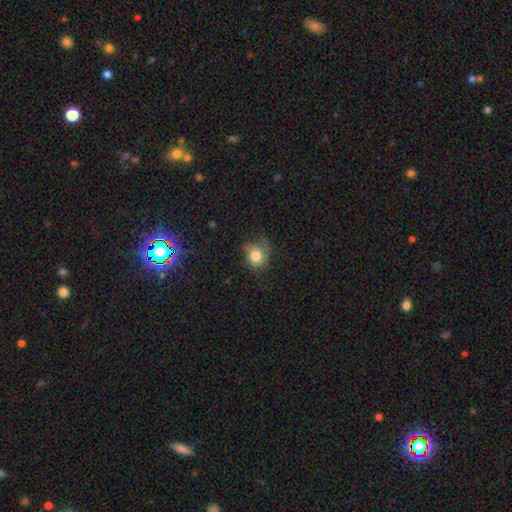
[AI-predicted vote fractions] Q: Smooth or featured?
A: smooth (77%); runner-up: featured or disk (13%)
Q: How rounded?
A: round (69%); runner-up: in between (30%)
Q: Merging?
A: none (52%); runner-up: minor disturbance (31%)